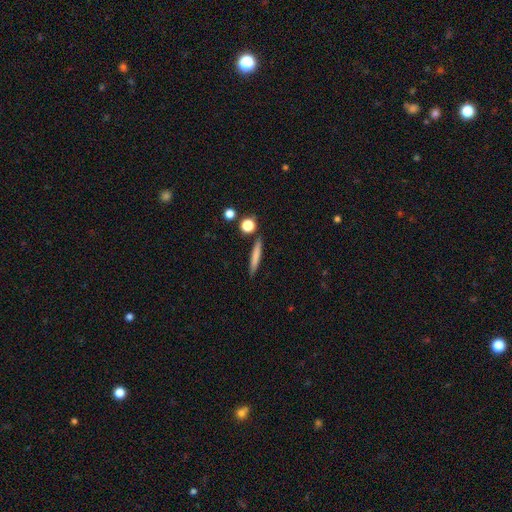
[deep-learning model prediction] Smooth or featured? smooth (74%)
How rounded? cigar-shaped (91%)
Merging? none (87%)